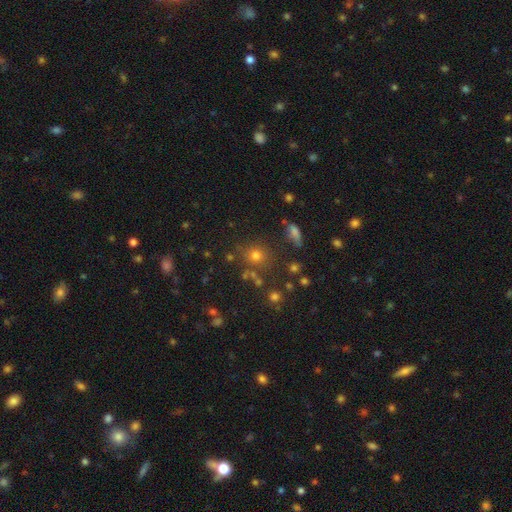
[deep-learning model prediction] smooth-or-featured: smooth: 67% | star or artifact: 23% | featured or disk: 10%
  how-rounded: round: 84% | in between: 14% | cigar-shaped: 1%
  merging: none: 75% | minor disturbance: 11% | merger: 9% | major disturbance: 4%